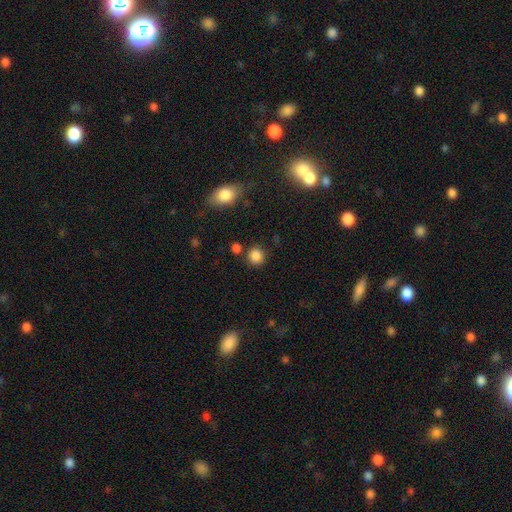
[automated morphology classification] Smooth or featured?
  - smooth: 86% *
  - star or artifact: 11%
  - featured or disk: 4%
How rounded?
  - round: 88% *
  - in between: 11%
  - cigar-shaped: 1%
Merging?
  - none: 81% *
  - minor disturbance: 9%
  - merger: 7%
  - major disturbance: 3%